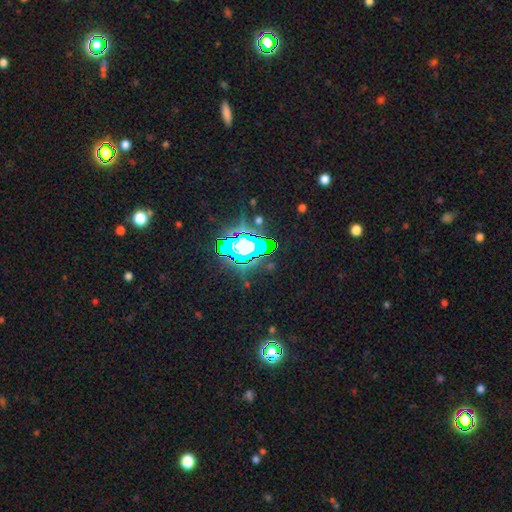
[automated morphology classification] A star or artifact, not a galaxy (81%).

Vote fractions:
- Smooth or featured? star or artifact: 81% / smooth: 11% / featured or disk: 8%